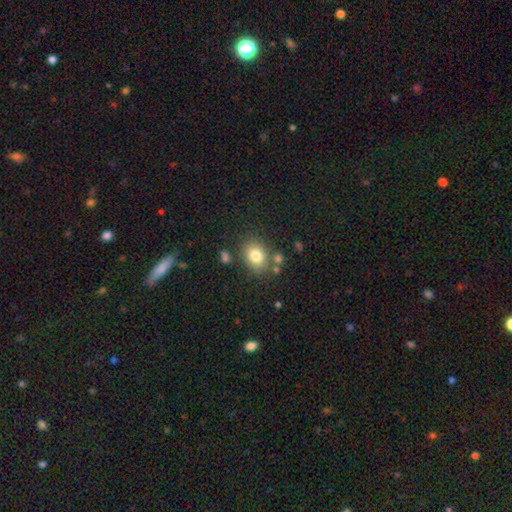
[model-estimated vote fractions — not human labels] This is likely a smooth galaxy (79%). How rounded: possibly round (55%). Merging: likely none (75%).